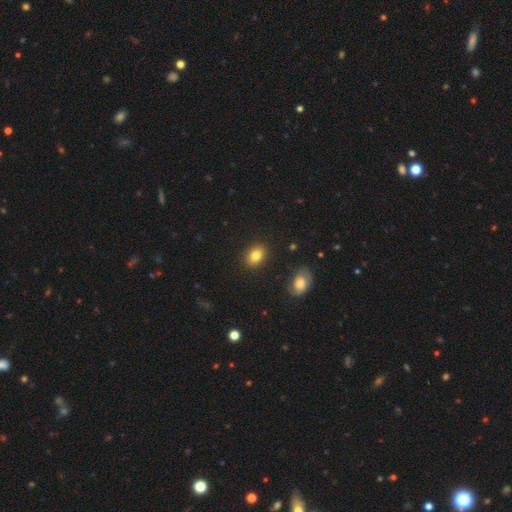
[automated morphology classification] Smooth or featured?
  - smooth: 83% *
  - star or artifact: 9%
  - featured or disk: 8%
How rounded?
  - in between: 67% *
  - round: 32%
  - cigar-shaped: 1%
Merging?
  - none: 88% *
  - minor disturbance: 8%
  - major disturbance: 2%
  - merger: 2%